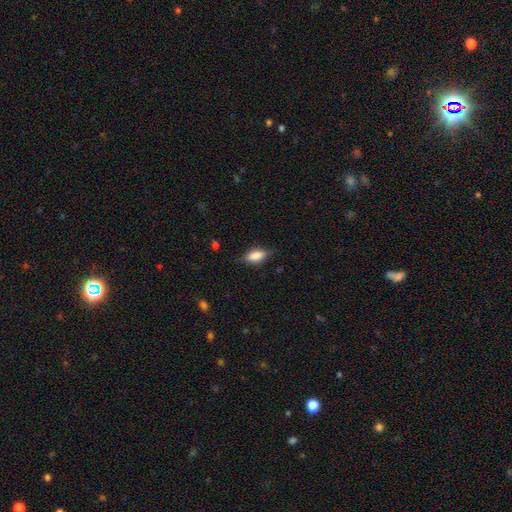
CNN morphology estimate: A smooth galaxy with no disk features (74%) that is in between round and cigar-shaped (81%).

Vote fractions:
- Smooth or featured? smooth: 74% / featured or disk: 18% / star or artifact: 8%
- How rounded? in between: 81% / cigar-shaped: 15% / round: 4%
- Merging? none: 71% / minor disturbance: 21% / major disturbance: 6% / merger: 1%